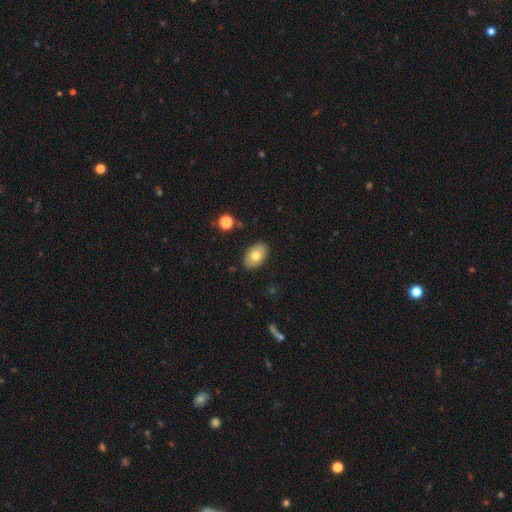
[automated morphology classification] A smooth galaxy with no disk features (73%) that is in between round and cigar-shaped (90%).

Vote fractions:
- Smooth or featured? smooth: 73% / featured or disk: 20% / star or artifact: 7%
- How rounded? in between: 90% / round: 9% / cigar-shaped: 1%
- Merging? none: 86% / minor disturbance: 10% / major disturbance: 2% / merger: 1%